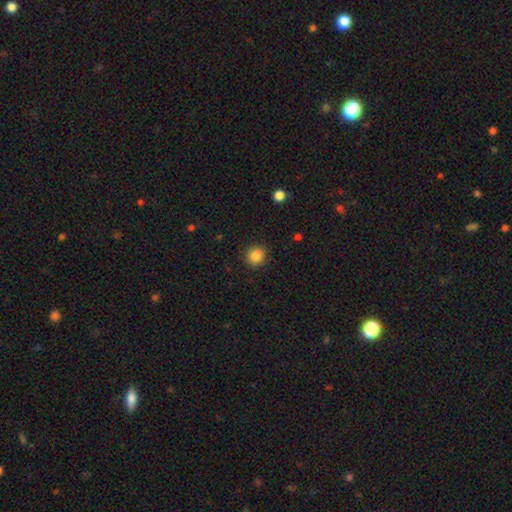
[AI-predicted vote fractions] This is clearly a smooth galaxy (85%). How rounded: clearly round (86%). Merging: clearly none (89%).